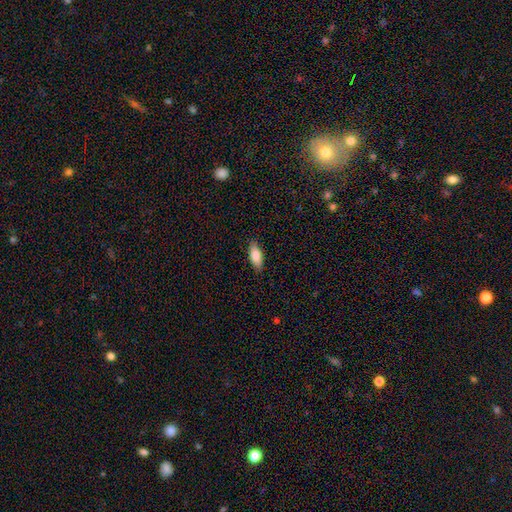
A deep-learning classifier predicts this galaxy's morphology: A smooth galaxy with no disk features (83%) that is in between round and cigar-shaped (75%). Merging: none (86%).